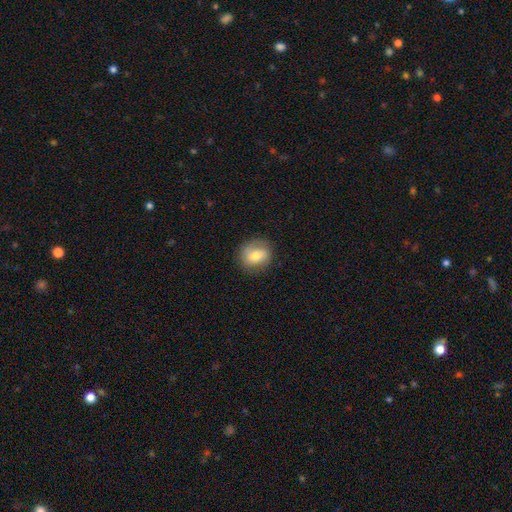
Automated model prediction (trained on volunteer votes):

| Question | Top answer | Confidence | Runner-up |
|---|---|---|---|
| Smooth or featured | smooth | 66% | featured or disk (26%) |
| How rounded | round | 74% | in between (25%) |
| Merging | none | 83% | minor disturbance (12%) |